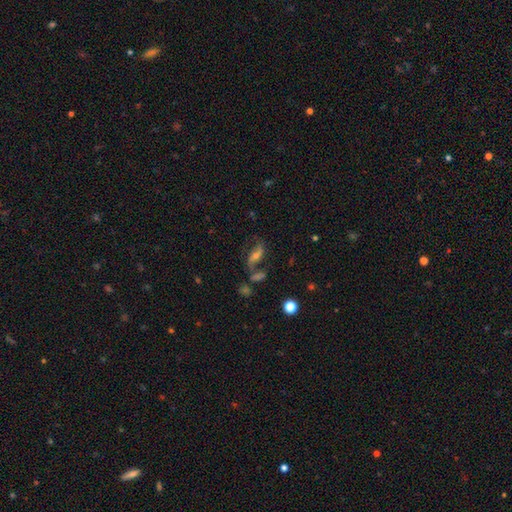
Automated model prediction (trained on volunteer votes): Smooth or featured? featured or disk (69%)
Edge-on disk? no (88%)
Bar? no (41%)
Spiral arms? yes (87%)
Spiral winding? loose (66%)
Spiral arm count? 2 (88%)
Bulge size? moderate (48%)
Merging? none (57%)